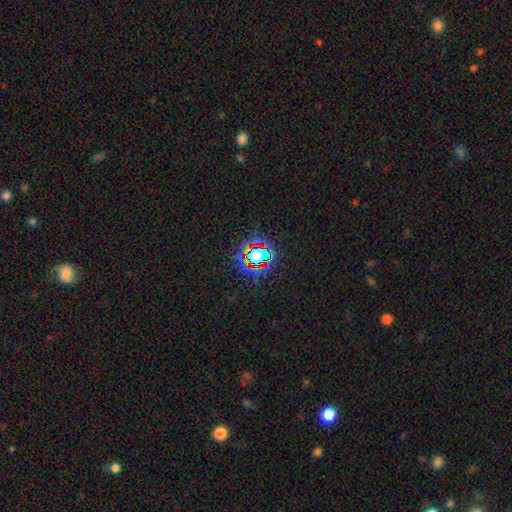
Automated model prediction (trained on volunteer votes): This is likely a star or artifact rather than a galaxy (66%).